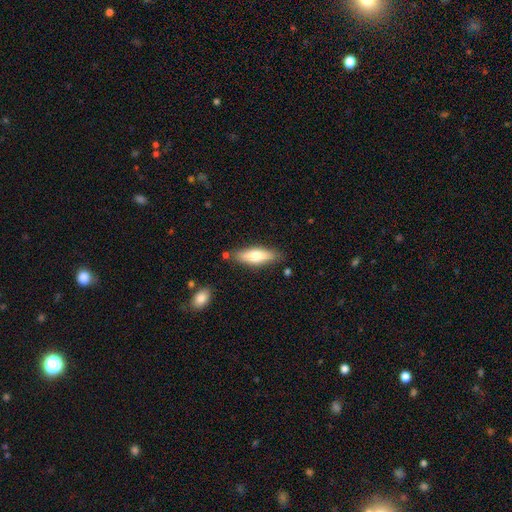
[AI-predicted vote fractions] A smooth galaxy with no disk features (68%) that is cigar-shaped (50%). Merging: none (80%).